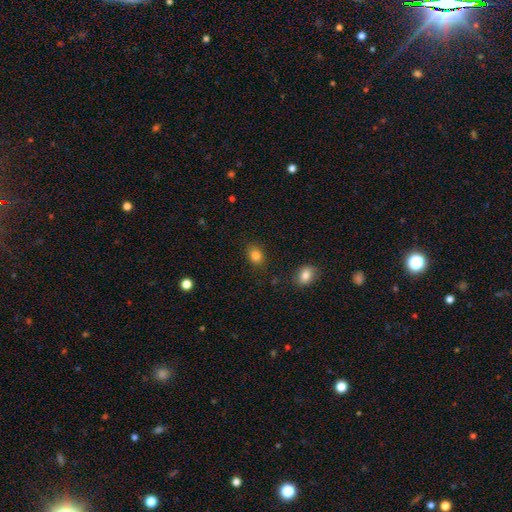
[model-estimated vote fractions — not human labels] This is clearly a smooth galaxy (83%). How rounded: possibly in between (57%). Merging: clearly none (84%).